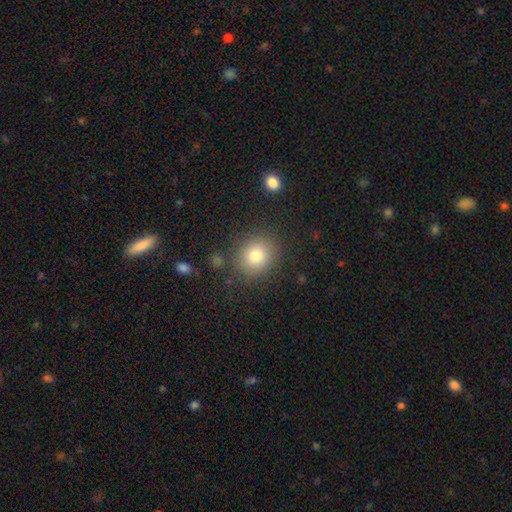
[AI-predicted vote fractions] This appears to be a smooth galaxy with no disk features (80%) that is round (75%). Merging: none (85%).